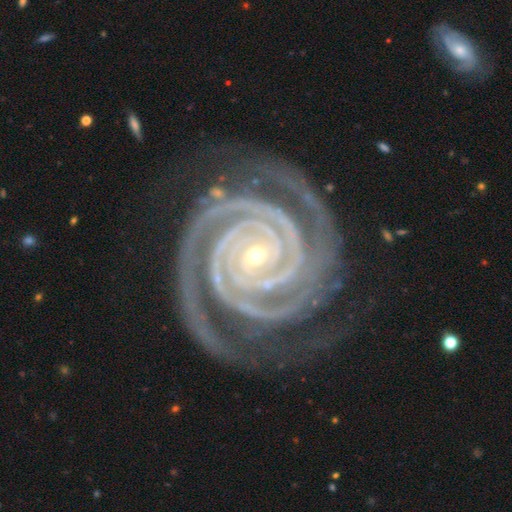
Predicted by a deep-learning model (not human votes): This is clearly a featured or disk galaxy (94%). It is clearly not viewed edge-on (98%). Bar: possibly no (60%). Spiral arm pattern: clearly yes (99%). Spiral arm count: likely 2 (65%). Spiral winding: clearly tight (90%). Central bulge: clearly small (80%). Merging: likely none (79%).